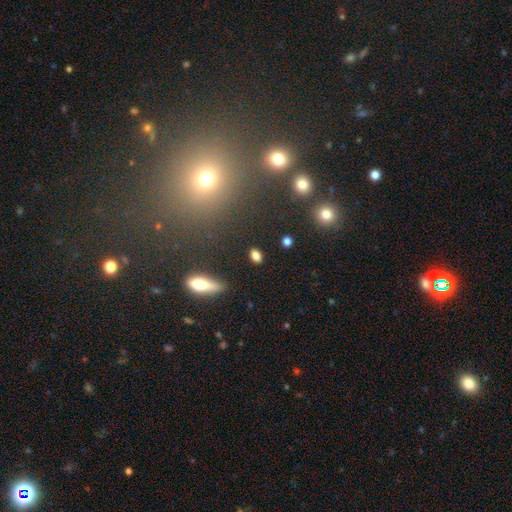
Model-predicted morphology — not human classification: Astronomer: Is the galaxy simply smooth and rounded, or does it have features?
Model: smooth — 81%.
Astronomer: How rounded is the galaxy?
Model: in between — 77%.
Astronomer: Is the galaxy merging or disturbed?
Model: none — 82%.